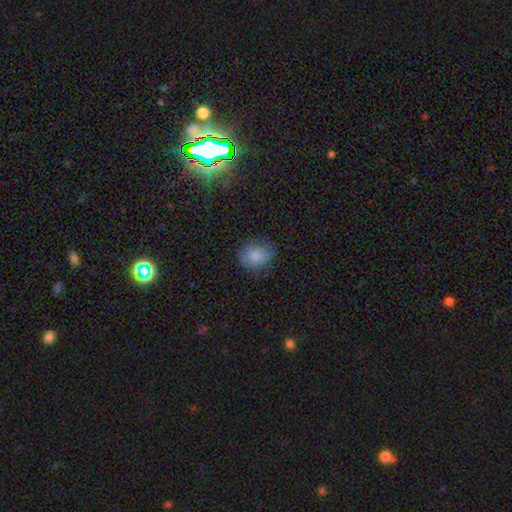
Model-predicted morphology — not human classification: Q: Smooth or featured?
A: smooth (83%); runner-up: star or artifact (9%)
Q: How rounded?
A: round (66%); runner-up: in between (33%)
Q: Merging?
A: none (73%); runner-up: minor disturbance (20%)